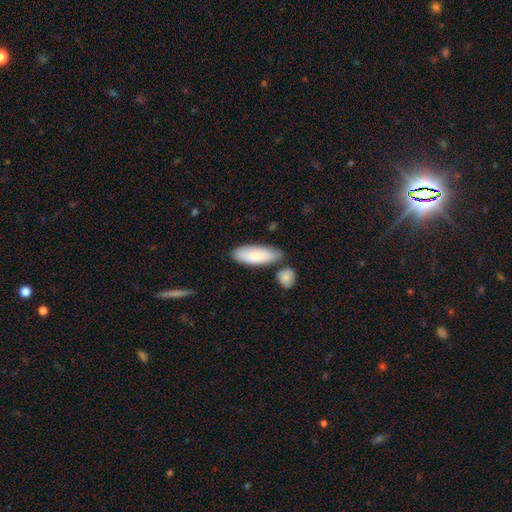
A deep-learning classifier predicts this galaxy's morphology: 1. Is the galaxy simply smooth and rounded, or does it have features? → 83% smooth, 12% featured or disk, 5% star or artifact.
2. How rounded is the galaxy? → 72% in between, 26% cigar-shaped, 2% round.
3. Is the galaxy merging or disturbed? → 72% none, 15% minor disturbance, 9% merger, 3% major disturbance.